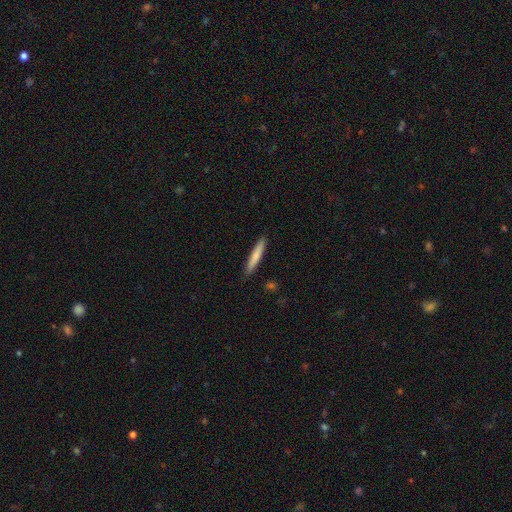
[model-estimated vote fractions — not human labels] Morphology: type=smooth (74%); roundness=cigar-shaped (93%); merging=none (90%).